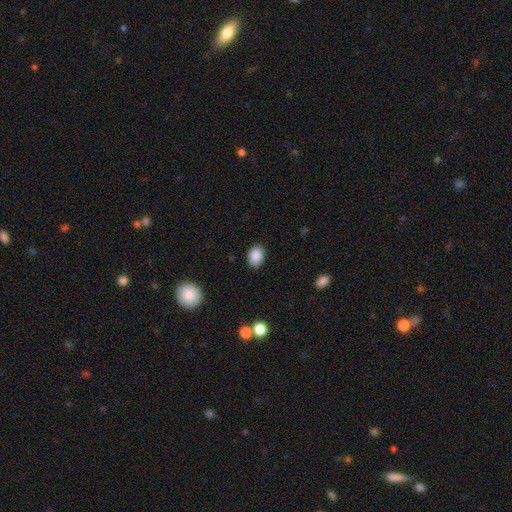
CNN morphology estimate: Smooth or featured? smooth (88%)
How rounded? in between (75%)
Merging? none (86%)